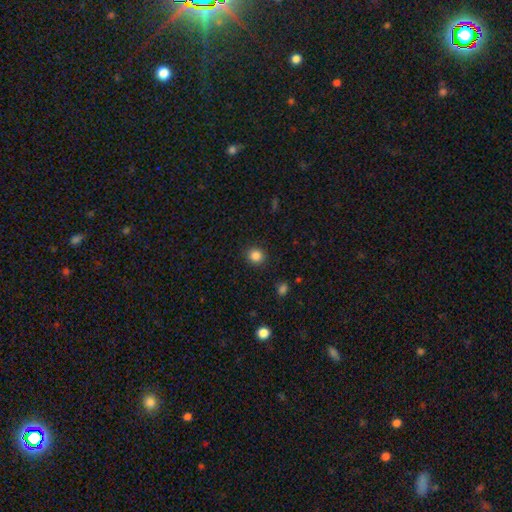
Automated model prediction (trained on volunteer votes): Smooth or featured? smooth (85%)
How rounded? round (88%)
Merging? none (90%)